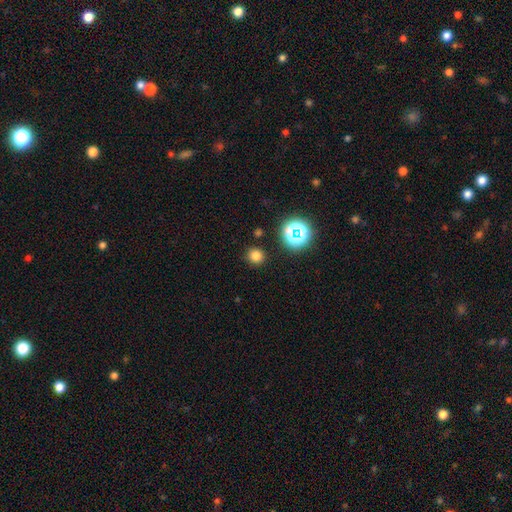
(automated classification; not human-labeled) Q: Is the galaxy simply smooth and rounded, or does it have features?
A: smooth — 75%.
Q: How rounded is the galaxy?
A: round — 91%.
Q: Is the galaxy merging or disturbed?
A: none — 89%.